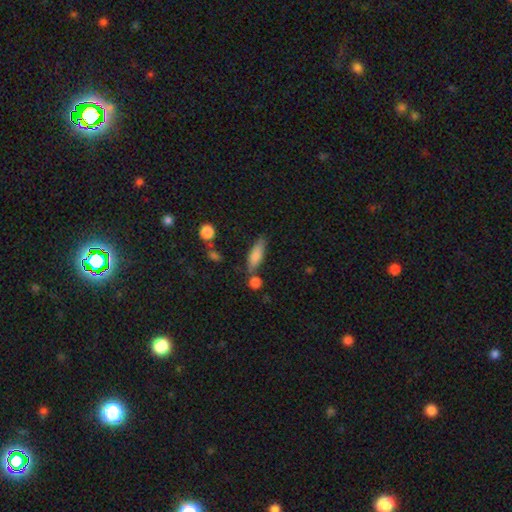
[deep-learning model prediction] Morphology: type=smooth (80%); roundness=in between (54%); merging=none (61%).